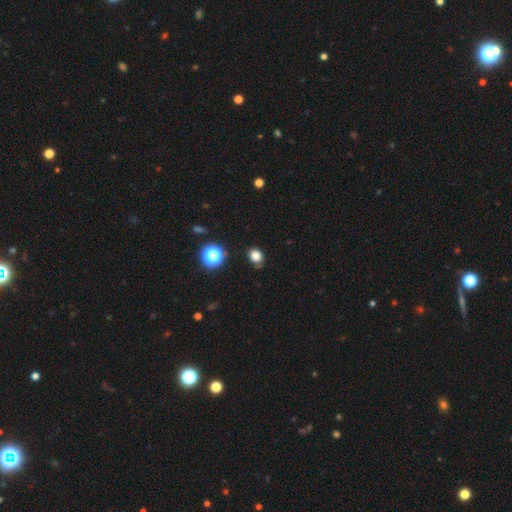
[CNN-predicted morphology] Smooth or featured: smooth — 80% (star or artifact — 15%)
How rounded: round — 59% (in between — 40%)
Merging: none — 79% (minor disturbance — 16%)